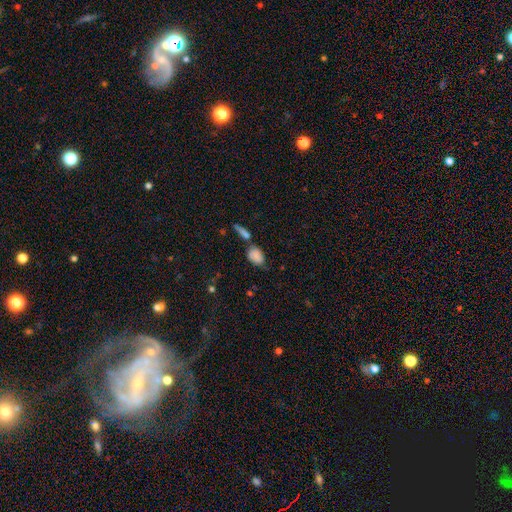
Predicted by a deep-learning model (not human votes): Smooth or featured? Predicted: smooth (p=0.82). How rounded? Predicted: in between (p=0.81). Merging? Predicted: none (p=0.50).